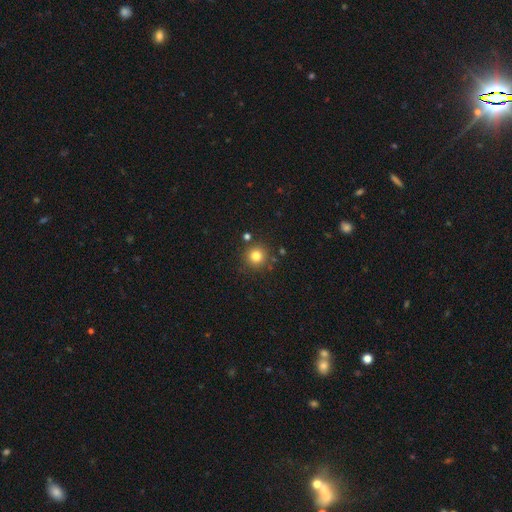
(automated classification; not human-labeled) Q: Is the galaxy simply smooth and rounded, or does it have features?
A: smooth — 80%.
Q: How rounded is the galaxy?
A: round — 94%.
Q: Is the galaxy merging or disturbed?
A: none — 85%.